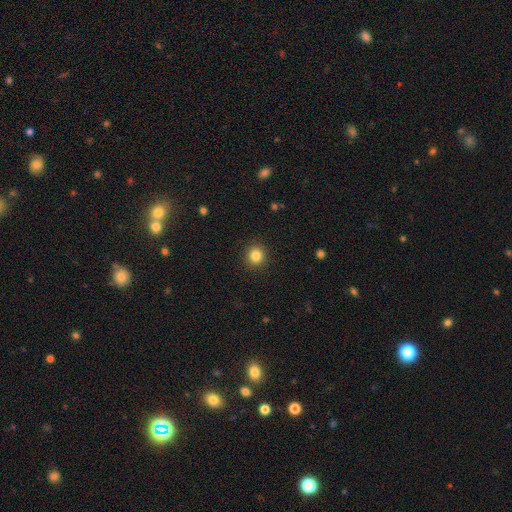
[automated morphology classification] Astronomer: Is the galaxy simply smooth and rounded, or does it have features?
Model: smooth — 84%.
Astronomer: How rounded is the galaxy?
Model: round — 91%.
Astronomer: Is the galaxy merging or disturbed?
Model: none — 92%.